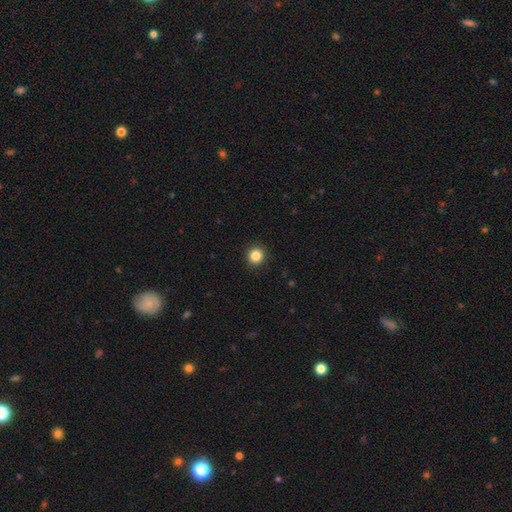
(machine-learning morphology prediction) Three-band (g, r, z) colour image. It shows a smooth galaxy with no disk features (85%) that is round (93%). Merging: none (92%).